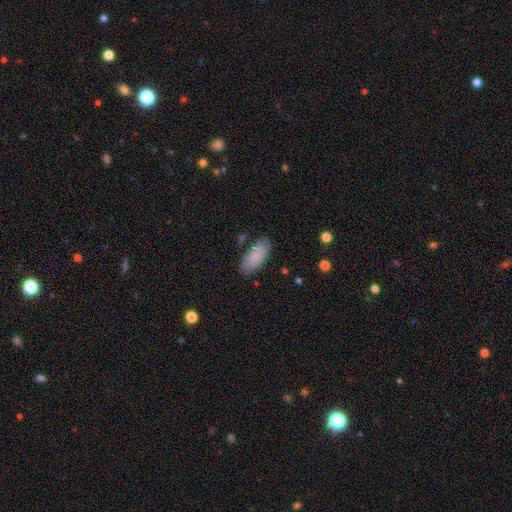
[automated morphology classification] This is clearly a smooth galaxy (82%). How rounded: clearly in between (90%). Merging: likely none (78%).